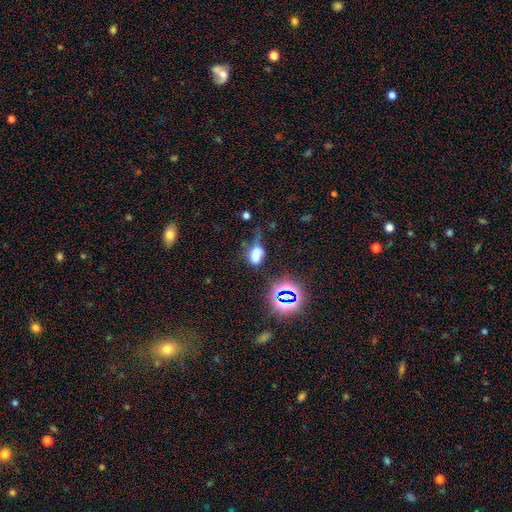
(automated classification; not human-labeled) smooth_or_featured: smooth (p=0.64) [alt: star or artifact p=0.23]
how_rounded: in between (p=0.80) [alt: round p=0.17]
merging: none (p=0.39) [alt: minor disturbance p=0.29]